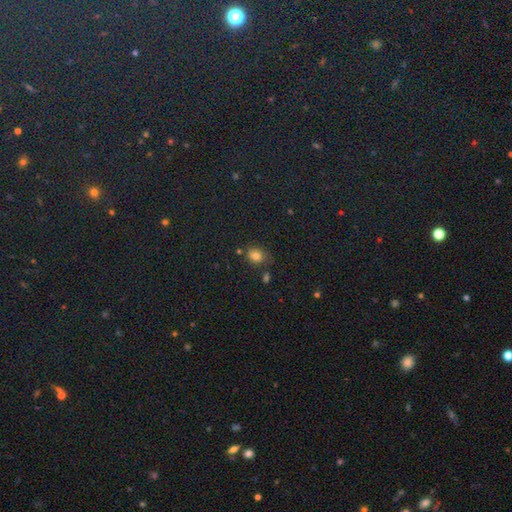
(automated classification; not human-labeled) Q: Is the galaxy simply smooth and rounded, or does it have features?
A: smooth — 77%.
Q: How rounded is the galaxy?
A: in between — 52%.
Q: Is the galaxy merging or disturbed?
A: none — 67%.